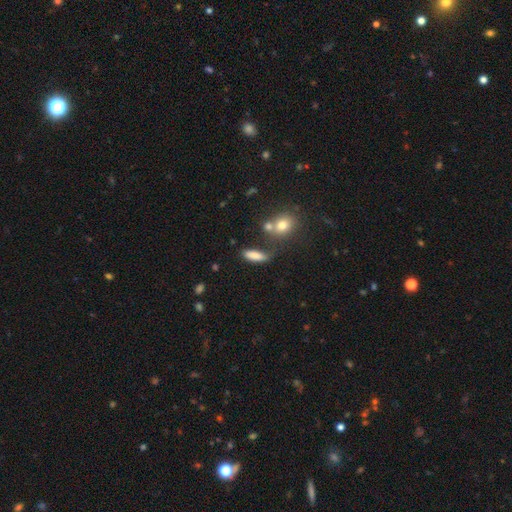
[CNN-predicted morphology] Smooth or featured? smooth (81%)
How rounded? in between (54%)
Merging? none (57%)